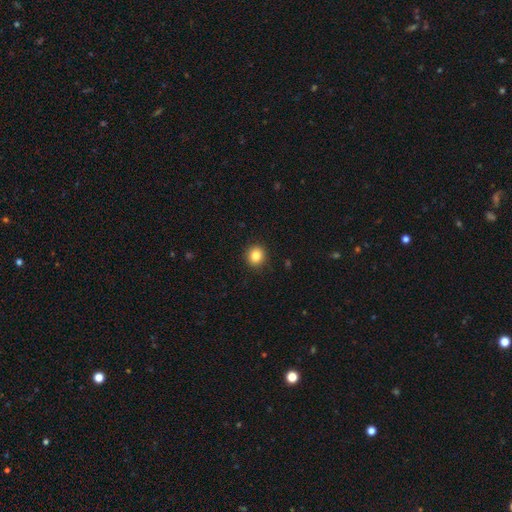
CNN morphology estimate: Smooth or featured? Predicted: smooth (p=0.85). How rounded? Predicted: round (p=0.85). Merging? Predicted: none (p=0.91).